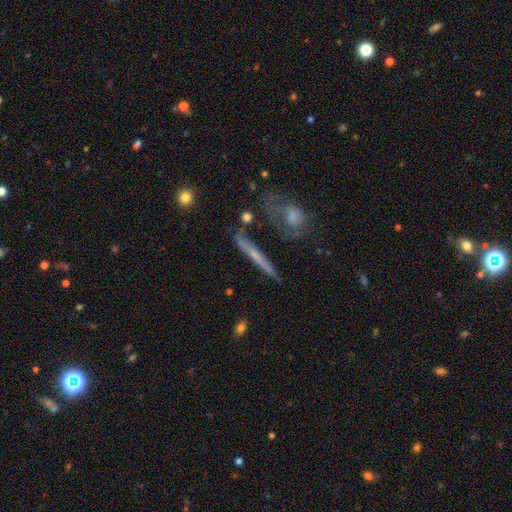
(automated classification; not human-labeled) Overall: featured or disk (51%; smooth 39%). Edge-on disk: yes (84%). Merging: none (67%).